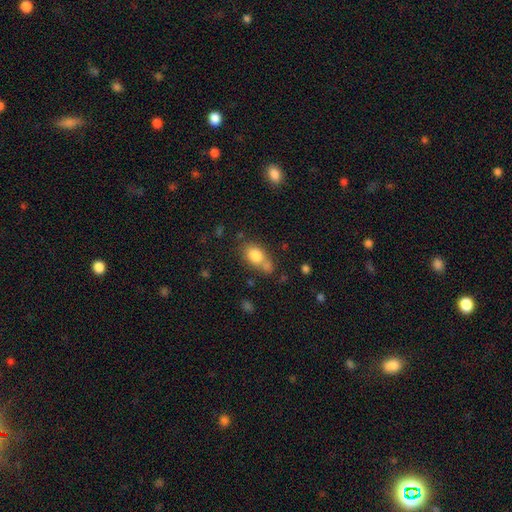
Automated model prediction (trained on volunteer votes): This appears to be a smooth galaxy with no disk features (81%) that is in between round and cigar-shaped (77%). Merging: none (48%).